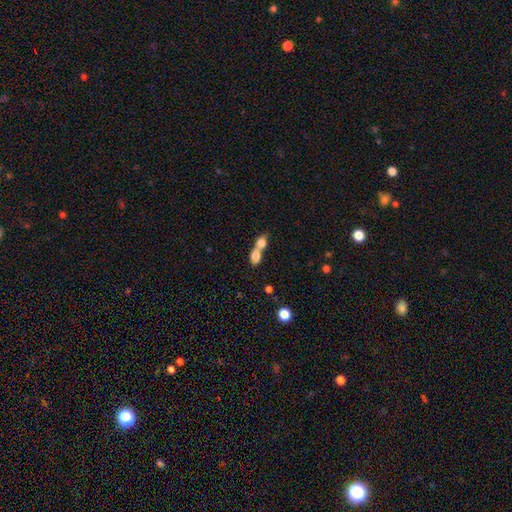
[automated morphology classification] Smooth or featured? Predicted: smooth (p=0.77). How rounded? Predicted: in between (p=0.68). Merging? Predicted: merger (p=0.75).